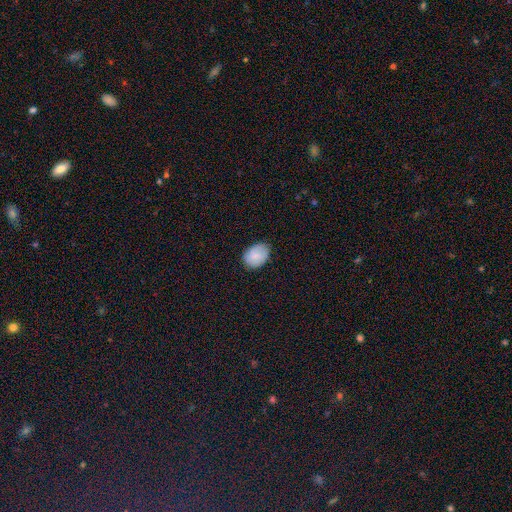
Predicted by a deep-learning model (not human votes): The model was most divided on "how rounded": in between: 77%, round: 22%, cigar-shaped: 1%. More confident: smooth or featured — smooth (83%); merging — none (77%).